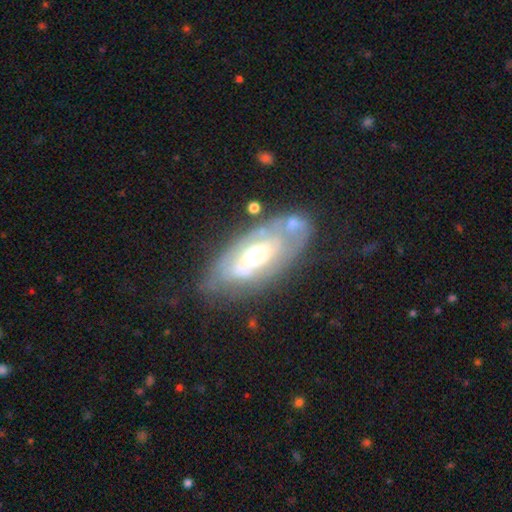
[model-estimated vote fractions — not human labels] smooth-or-featured: featured or disk: 73% | smooth: 21% | star or artifact: 6%
  disk-edge-on: no: 89% | yes: 11%
    bar: no: 70% | weak: 23% | strong: 8%
    has-spiral-arms: yes: 64% | no: 36%
    bulge-size: moderate: 61% | small: 19% | large: 17% | dominant: 2% | none: 2%
  merging: none: 60% | minor disturbance: 22% | major disturbance: 12% | merger: 6%